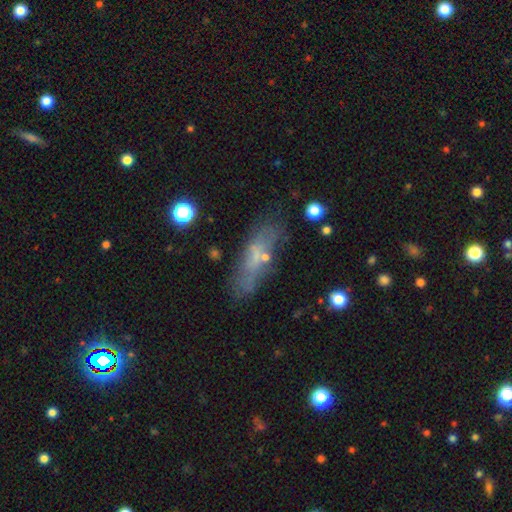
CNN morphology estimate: This is possibly a smooth galaxy (49%). Merging: likely none (66%).